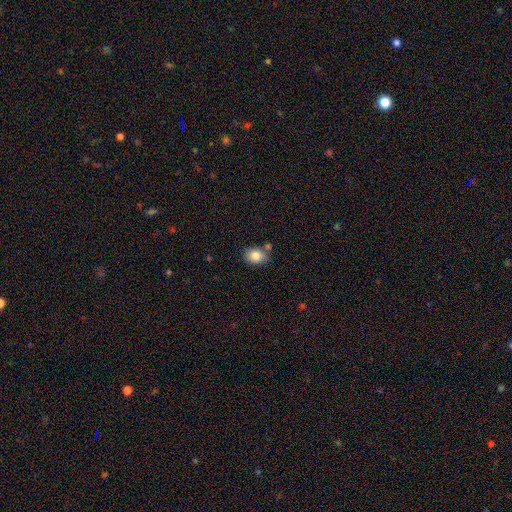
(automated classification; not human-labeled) A smooth galaxy with no disk features (83%) that is in between round and cigar-shaped (66%). Merging: none (73%).